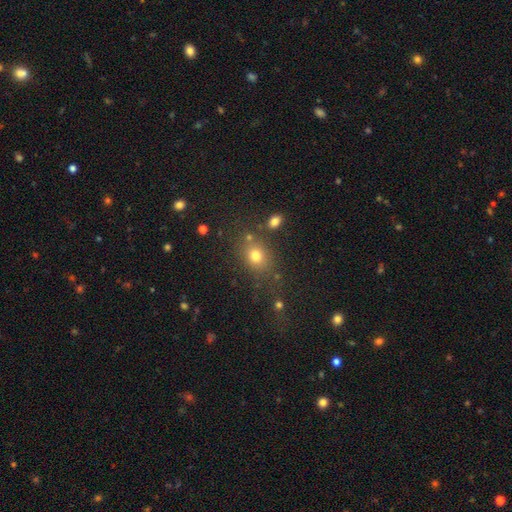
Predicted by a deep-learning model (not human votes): smooth-or-featured: smooth: 75% | star or artifact: 16% | featured or disk: 9%
  how-rounded: round: 57% | in between: 41% | cigar-shaped: 1%
  merging: none: 71% | minor disturbance: 13% | merger: 10% | major disturbance: 6%